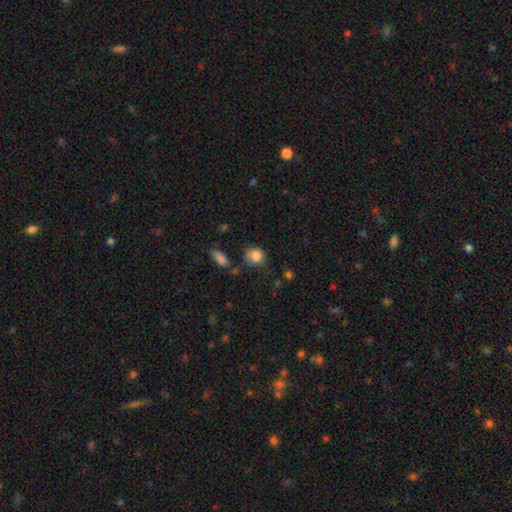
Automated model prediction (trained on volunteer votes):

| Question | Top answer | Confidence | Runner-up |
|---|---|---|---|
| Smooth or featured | smooth | 84% | star or artifact (10%) |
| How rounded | round | 66% | in between (33%) |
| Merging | none | 57% | minor disturbance (27%) |